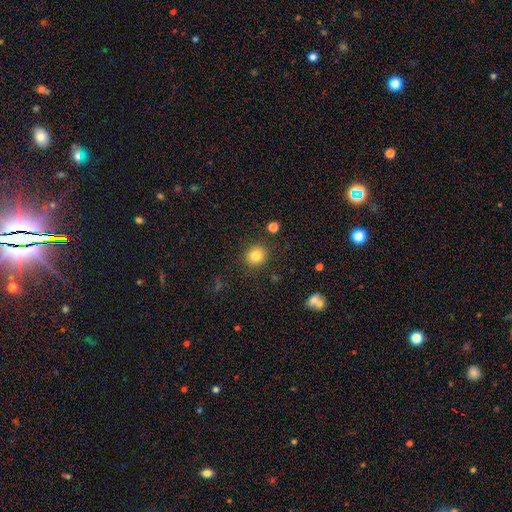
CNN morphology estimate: Smooth or featured? Predicted: smooth (p=0.82). How rounded? Predicted: round (p=0.83). Merging? Predicted: none (p=0.87).